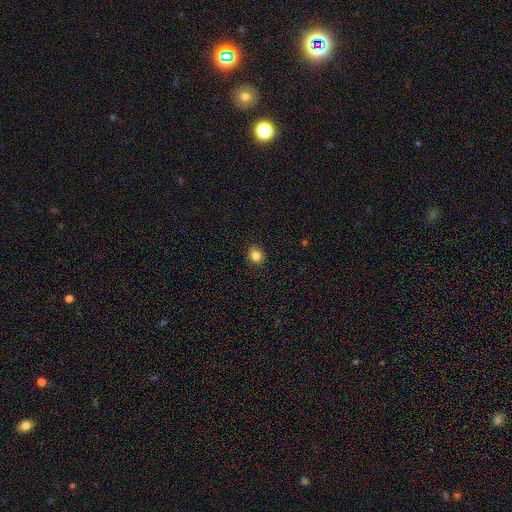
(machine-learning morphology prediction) Smooth or featured? smooth (84%)
How rounded? round (77%)
Merging? none (90%)